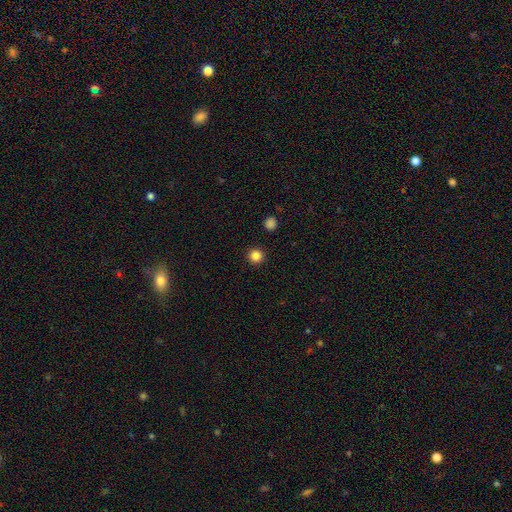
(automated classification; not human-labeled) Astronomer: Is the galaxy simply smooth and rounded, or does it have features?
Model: smooth — 85%.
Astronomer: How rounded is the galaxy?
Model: round — 96%.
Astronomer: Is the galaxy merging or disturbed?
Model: none — 93%.